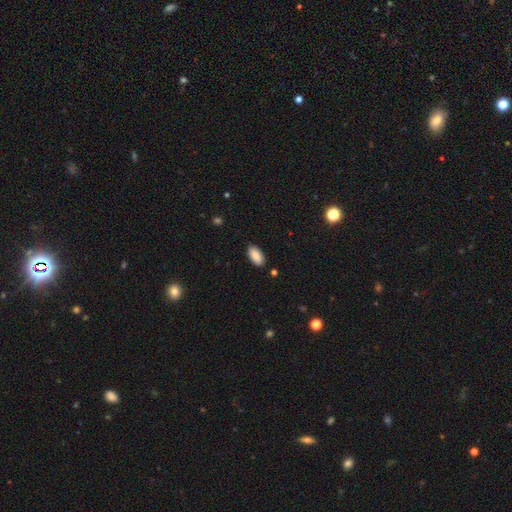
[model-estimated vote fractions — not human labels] smooth-or-featured: smooth: 89% | star or artifact: 7% | featured or disk: 4%
  how-rounded: in between: 94% | cigar-shaped: 4% | round: 2%
  merging: none: 88% | minor disturbance: 9% | major disturbance: 2% | merger: 1%